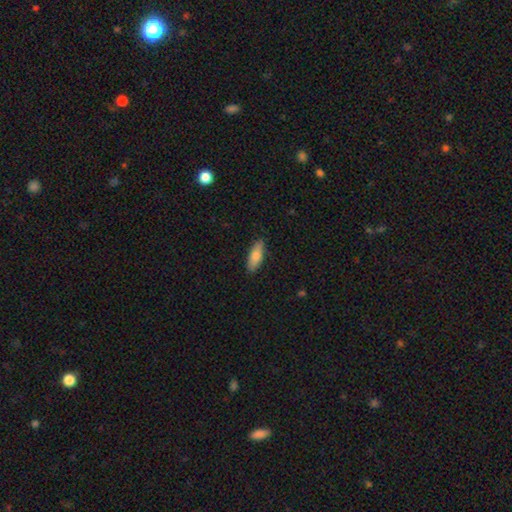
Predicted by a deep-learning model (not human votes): A smooth galaxy with no disk features (80%) that is in between round and cigar-shaped (68%). Merging: none (84%).